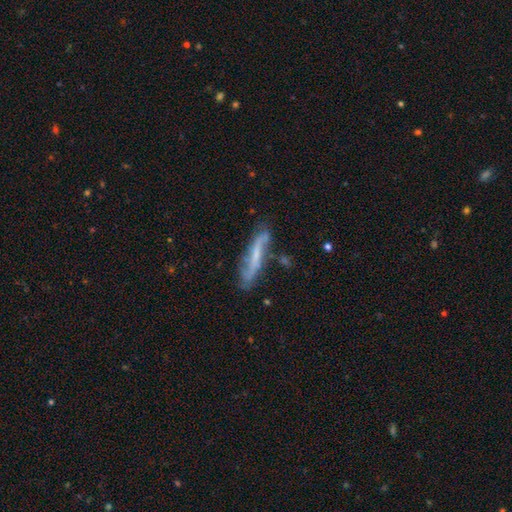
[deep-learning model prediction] A featured or disk galaxy (65%). Merging: none (65%).